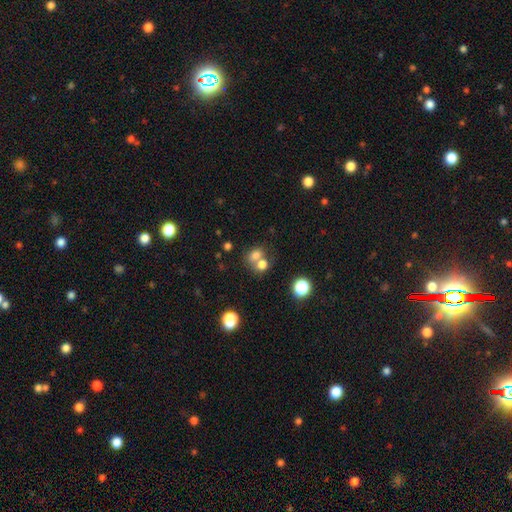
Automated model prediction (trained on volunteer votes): smooth 73%, star or artifact 15%, featured or disk 13%. Down the decision tree: how rounded — round (51%); merging — merger (50%).